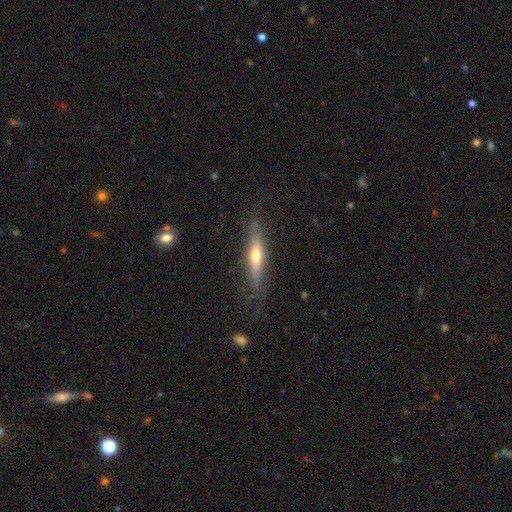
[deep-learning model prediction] Q: Smooth or featured?
A: featured or disk (59%); runner-up: smooth (34%)
Q: Edge-on disk?
A: yes (92%); runner-up: no (8%)
Q: Edge-on bulge?
A: rounded (86%); runner-up: none (10%)
Q: Merging?
A: none (80%); runner-up: minor disturbance (15%)